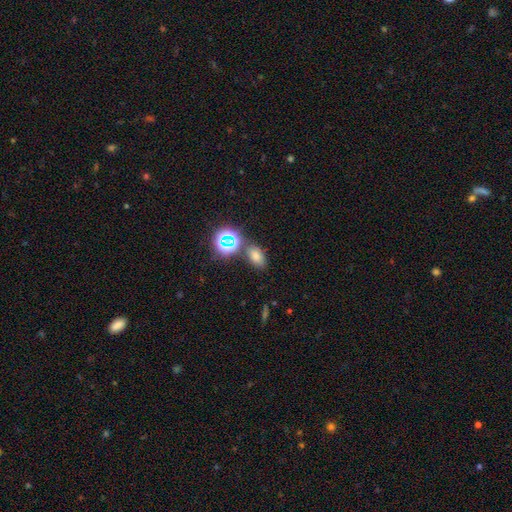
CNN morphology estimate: The model was most divided on "smooth or featured": smooth: 69%, star or artifact: 22%, featured or disk: 8%. More confident: how rounded — in between (83%); merging — none (75%).